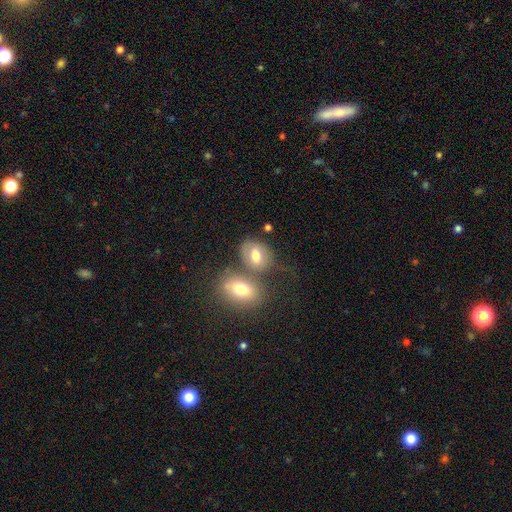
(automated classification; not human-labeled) This appears to be a smooth galaxy with no disk features (65%) that is in between round and cigar-shaped (67%). Merging: none (47%).